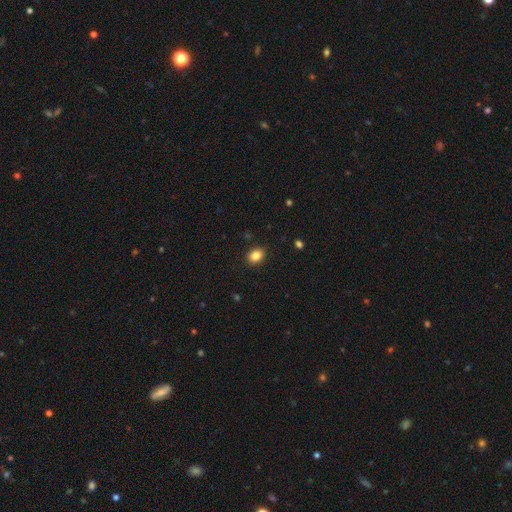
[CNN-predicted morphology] smooth-or-featured: smooth: 85% | star or artifact: 10% | featured or disk: 5%
  how-rounded: in between: 59% | round: 41% | cigar-shaped: 1%
  merging: none: 90% | minor disturbance: 7% | major disturbance: 2% | merger: 1%